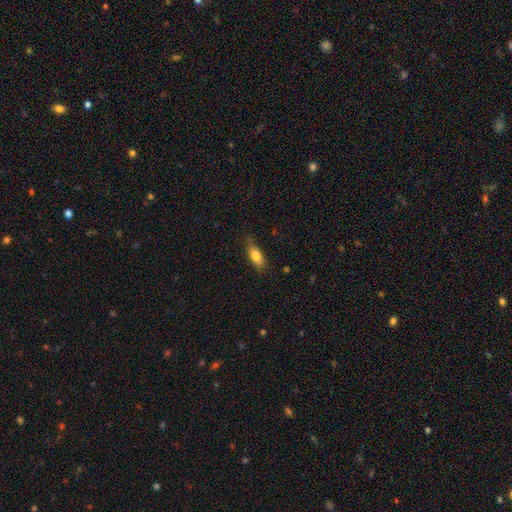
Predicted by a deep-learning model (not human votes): Overall: smooth (77%). How rounded: in between (72%). Merging: none (73%).